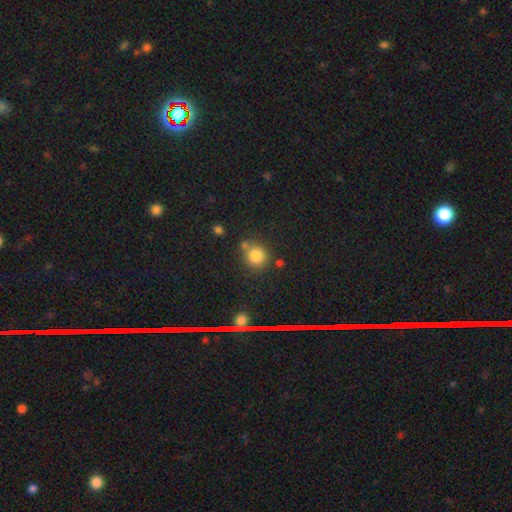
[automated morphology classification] This appears to be a smooth galaxy with no disk features (81%) that is round (87%). Merging: none (67%).